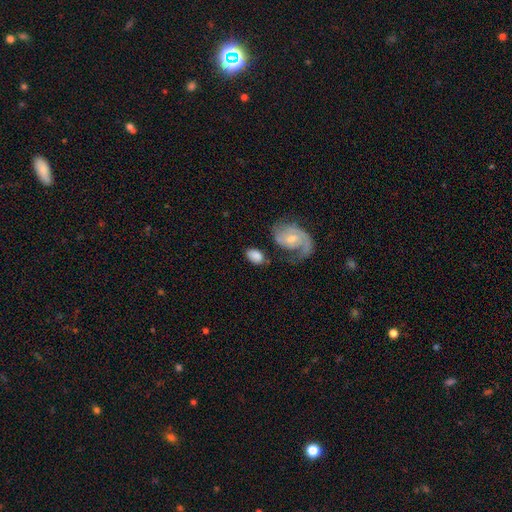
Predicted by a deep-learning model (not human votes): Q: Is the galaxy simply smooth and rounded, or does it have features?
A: smooth — 68%.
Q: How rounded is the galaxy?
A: in between — 86%.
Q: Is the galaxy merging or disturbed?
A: none — 59%.